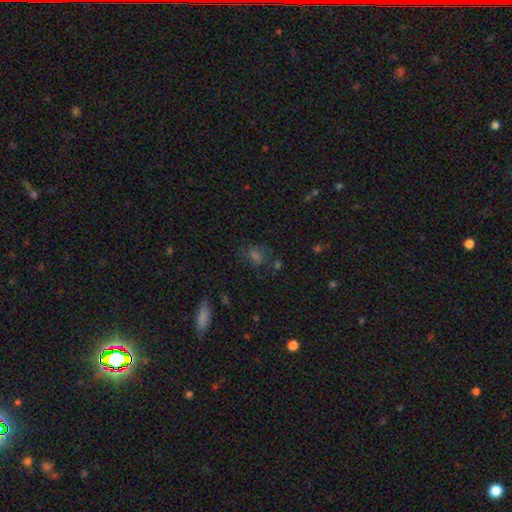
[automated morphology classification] Smooth or featured: smooth — 43% (star or artifact — 38%)
Merging: none — 71% (minor disturbance — 16%)